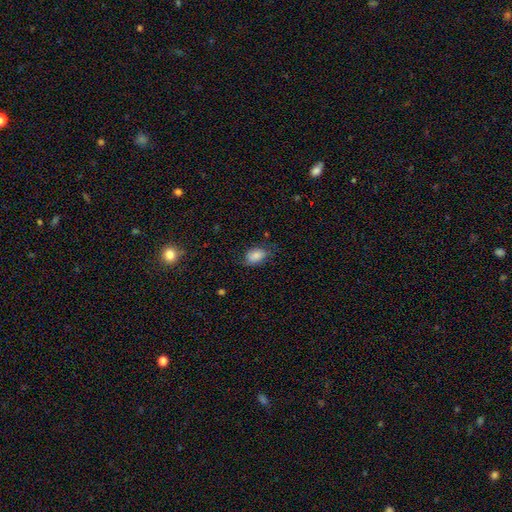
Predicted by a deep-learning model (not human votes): This is likely a smooth galaxy (79%). How rounded: clearly in between (86%). Merging: likely none (62%).